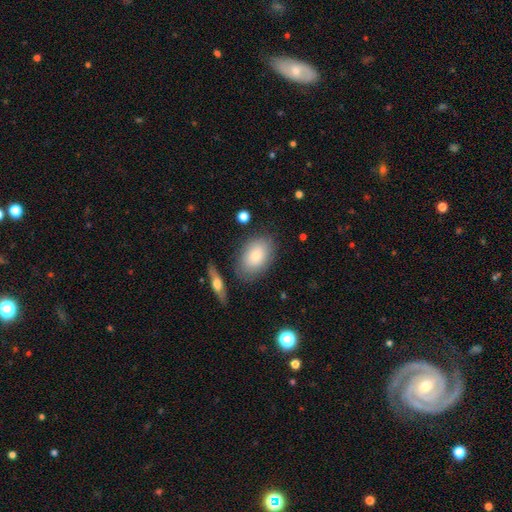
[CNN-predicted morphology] smooth_or_featured: smooth (p=0.77) [alt: featured or disk p=0.16]
how_rounded: in between (p=0.87) [alt: round p=0.12]
merging: none (p=0.76) [alt: minor disturbance p=0.15]